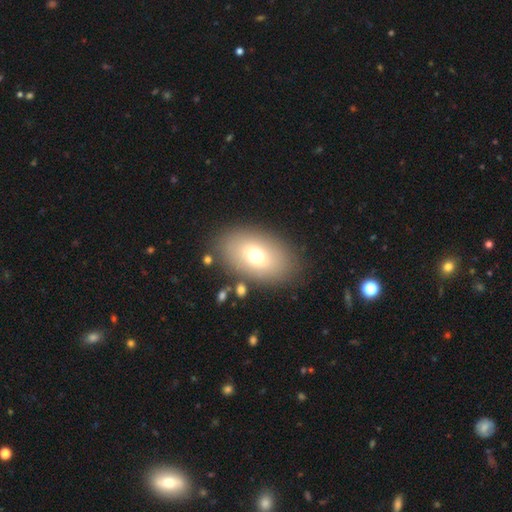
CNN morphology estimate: Overall: smooth (68%). How rounded: in between (85%). Merging: none (83%).